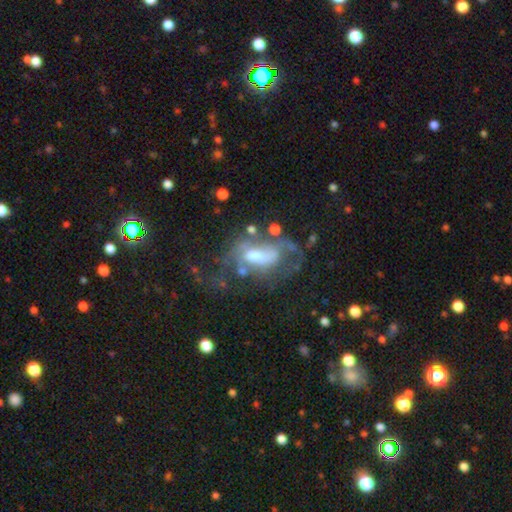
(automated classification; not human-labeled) Smooth or featured? featured or disk (69%)
Edge-on disk? no (95%)
Bar? no (47%)
Spiral arms? yes (64%)
Bulge size? moderate (56%)
Merging? major disturbance (37%)